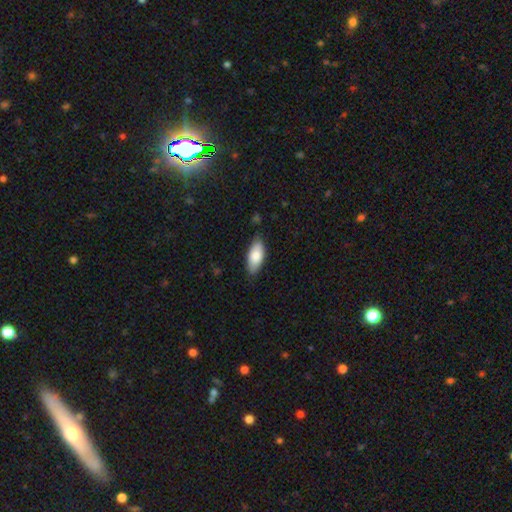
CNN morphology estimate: Overall: smooth (81%). How rounded: in between (85%). Merging: none (81%).